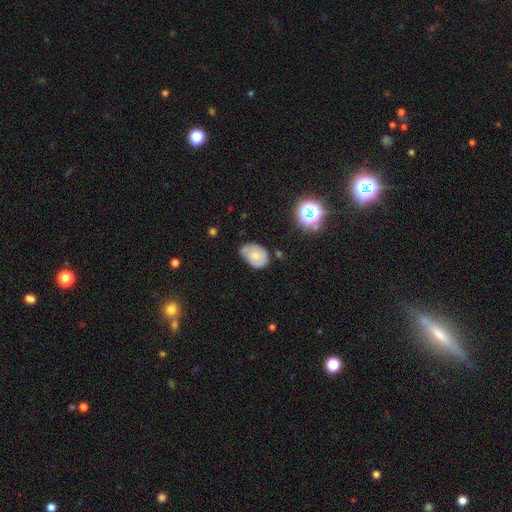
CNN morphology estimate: smooth-or-featured: smooth: 66% | featured or disk: 24% | star or artifact: 10%
  how-rounded: in between: 75% | round: 24% | cigar-shaped: 1%
  merging: minor disturbance: 43% | none: 41% | major disturbance: 11% | merger: 5%